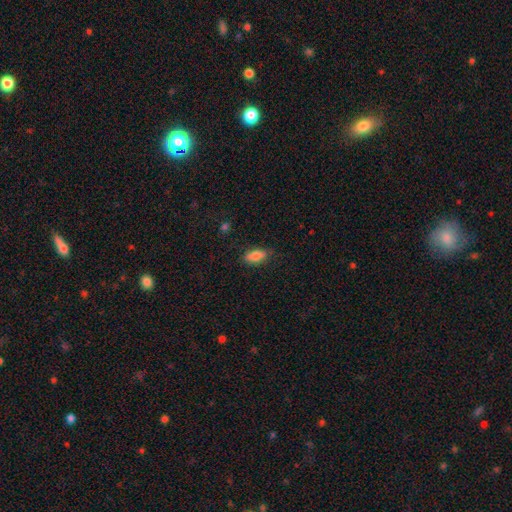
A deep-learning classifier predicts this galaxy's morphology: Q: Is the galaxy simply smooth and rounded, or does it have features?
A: smooth — 83%.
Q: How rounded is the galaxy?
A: in between — 85%.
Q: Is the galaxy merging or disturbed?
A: none — 80%.